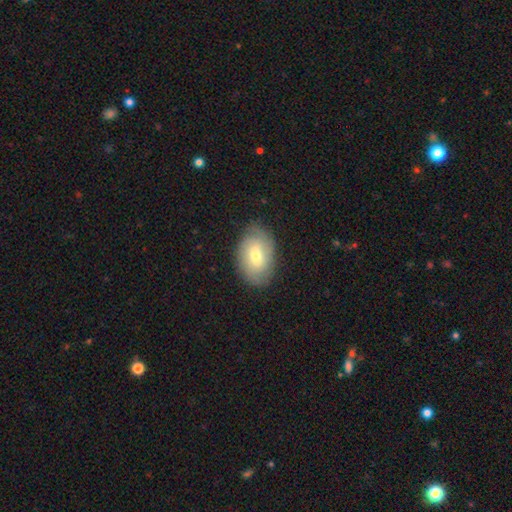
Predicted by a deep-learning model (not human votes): Overall: smooth (49%; featured or disk 44%). Merging: none (80%).